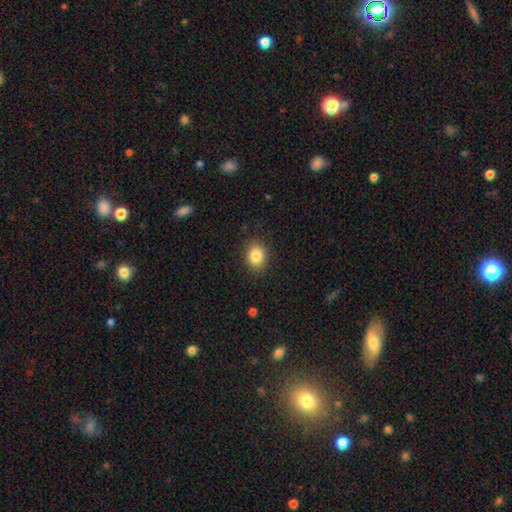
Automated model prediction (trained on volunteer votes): This appears to be a smooth galaxy with no disk features (85%) that is round (62%). Merging: none (87%).